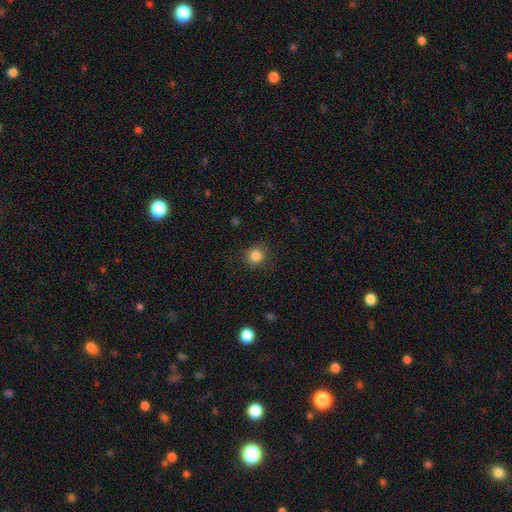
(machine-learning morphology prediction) Smooth or featured: smooth — 85% (star or artifact — 11%)
How rounded: round — 92% (in between — 7%)
Merging: none — 88% (minor disturbance — 8%)